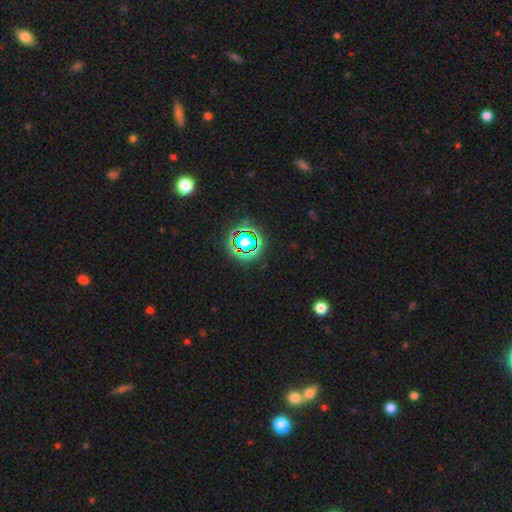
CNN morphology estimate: type=star or artifact (77%).